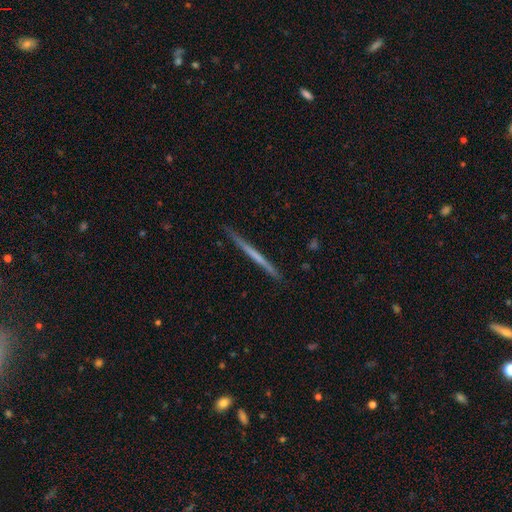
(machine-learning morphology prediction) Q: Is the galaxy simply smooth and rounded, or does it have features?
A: featured or disk — 54%.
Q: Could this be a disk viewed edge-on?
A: yes — 98%.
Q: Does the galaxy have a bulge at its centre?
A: none — 90%.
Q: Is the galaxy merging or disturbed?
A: none — 90%.